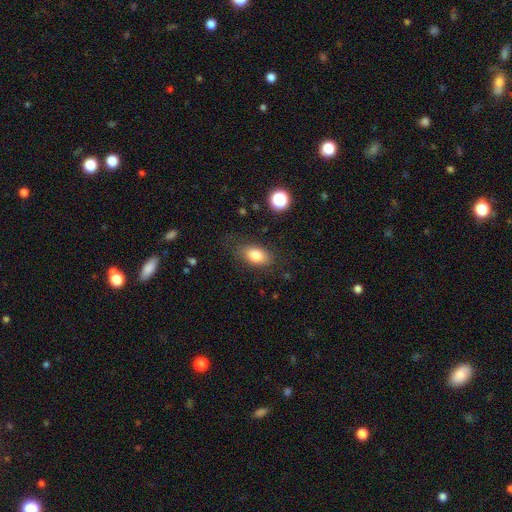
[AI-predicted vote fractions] Smooth or featured?
  - smooth: 80% *
  - featured or disk: 11%
  - star or artifact: 9%
How rounded?
  - in between: 87% *
  - round: 10%
  - cigar-shaped: 3%
Merging?
  - none: 79% *
  - minor disturbance: 15%
  - major disturbance: 5%
  - merger: 1%